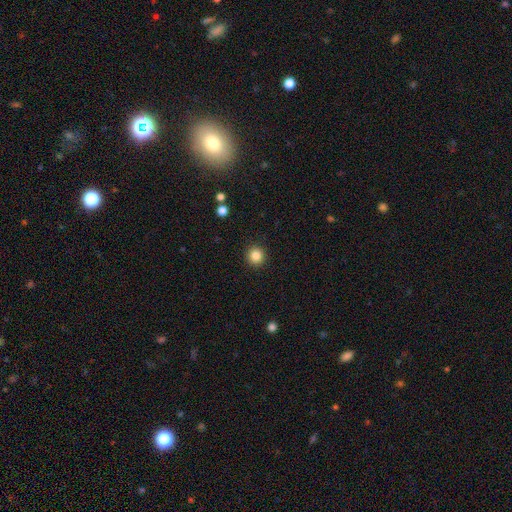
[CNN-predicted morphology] smooth 84%, star or artifact 11%, featured or disk 5%. Down the decision tree: how rounded — round (93%); merging — none (93%).